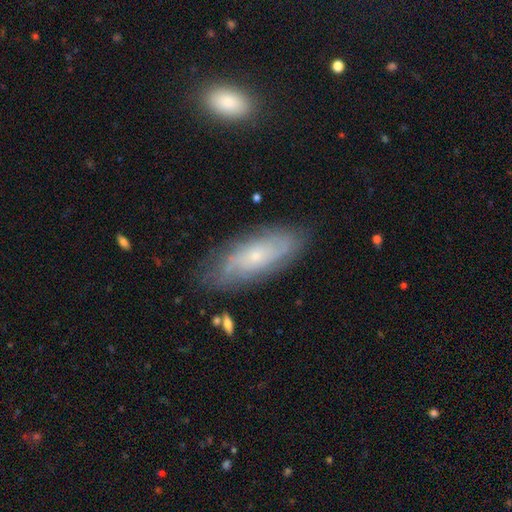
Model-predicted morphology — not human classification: This is likely a featured or disk galaxy (63%). It is clearly not viewed edge-on (84%). Bar: clearly no (80%). Spiral arm pattern: clearly yes (81%). Central bulge: clearly small (81%). Merging: likely none (77%).